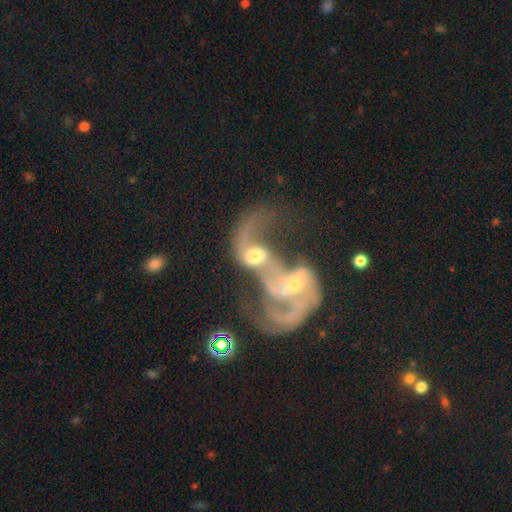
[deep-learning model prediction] Smooth or featured?
  - featured or disk: 71% *
  - smooth: 19%
  - star or artifact: 11%
Edge-on disk?
  - no: 97% *
  - yes: 3%
Bar?
  - no: 64% *
  - weak: 27%
  - strong: 9%
Spiral arms?
  - yes: 77% *
  - no: 23%
Spiral winding?
  - loose: 69% *
  - medium: 23%
  - tight: 8%
Spiral arm count?
  - 2: 43% *
  - 1: 28%
  - can't tell: 18%
  - 3: 6%
  - 4: 3%
  - more than 4: 3%
Bulge size?
  - moderate: 57% *
  - small: 22%
  - large: 12%
  - none: 6%
  - dominant: 3%
Merging?
  - merger: 80% *
  - major disturbance: 13%
  - none: 5%
  - minor disturbance: 3%